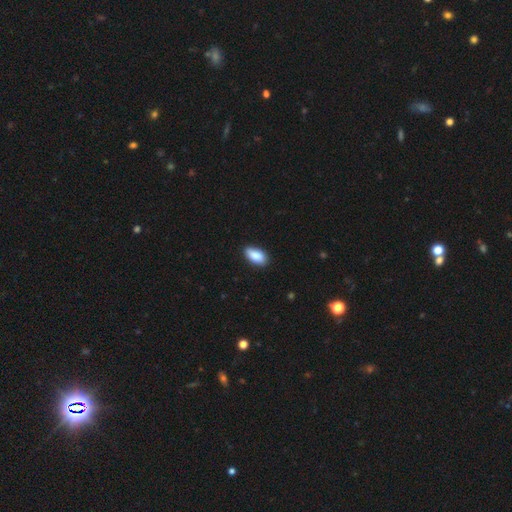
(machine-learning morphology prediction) This appears to be a smooth galaxy with no disk features (87%) that is in between round and cigar-shaped (91%). Merging: none (84%).